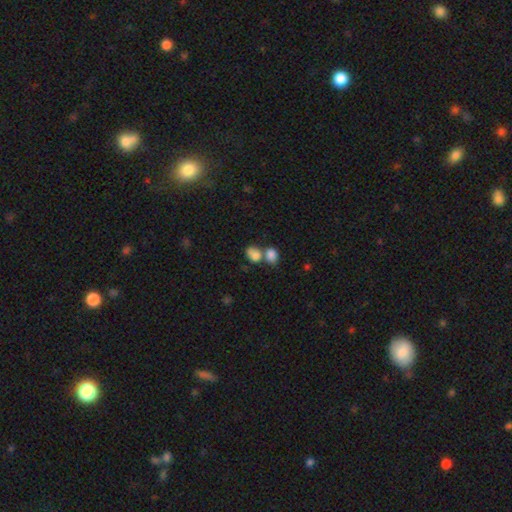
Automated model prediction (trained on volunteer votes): The model was most divided on "merging": merger: 58%, none: 28%, minor disturbance: 9%, major disturbance: 5%. More confident: smooth or featured — smooth (82%); how rounded — in between (67%).